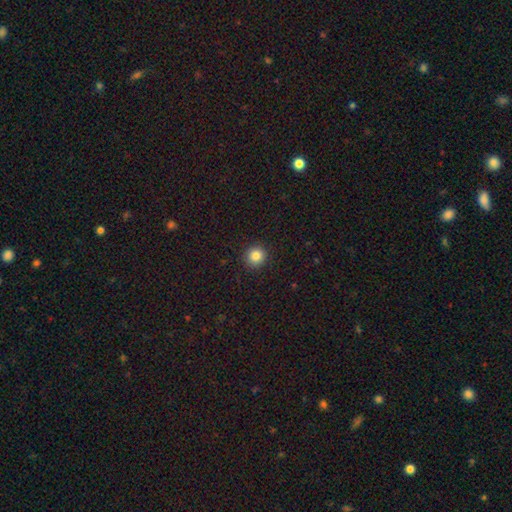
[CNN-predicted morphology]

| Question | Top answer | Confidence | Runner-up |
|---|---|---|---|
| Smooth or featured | smooth | 85% | star or artifact (11%) |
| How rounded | round | 93% | in between (6%) |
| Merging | none | 92% | minor disturbance (5%) |